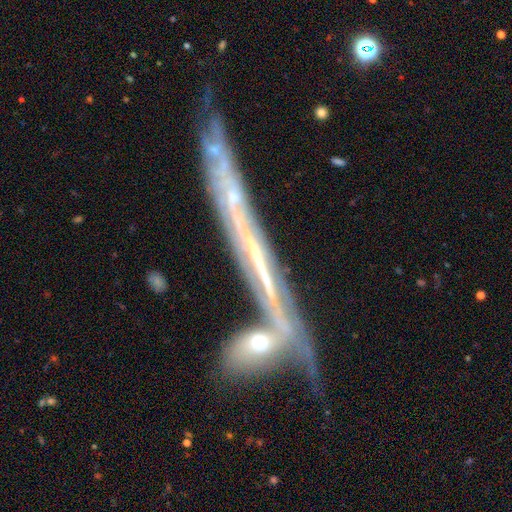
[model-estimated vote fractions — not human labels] The model was most divided on "merging": none: 55%, merger: 25%, minor disturbance: 13%, major disturbance: 7%. More confident: edge-on disk — yes (85%); edge-on bulge — none (75%); smooth or featured — featured or disk (68%).